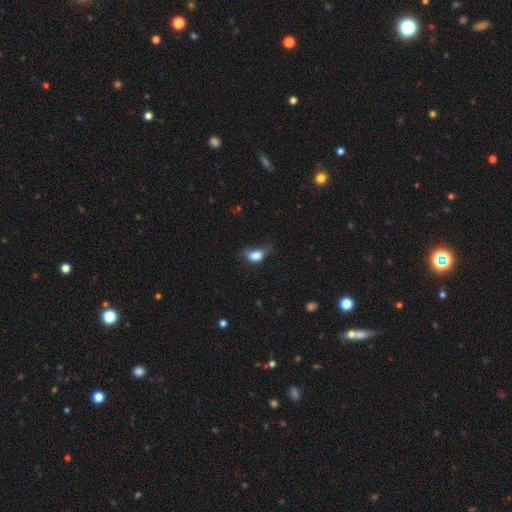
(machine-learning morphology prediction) This appears to be a smooth galaxy with no disk features (80%) that is in between round and cigar-shaped (77%). Merging: minor disturbance (39%).